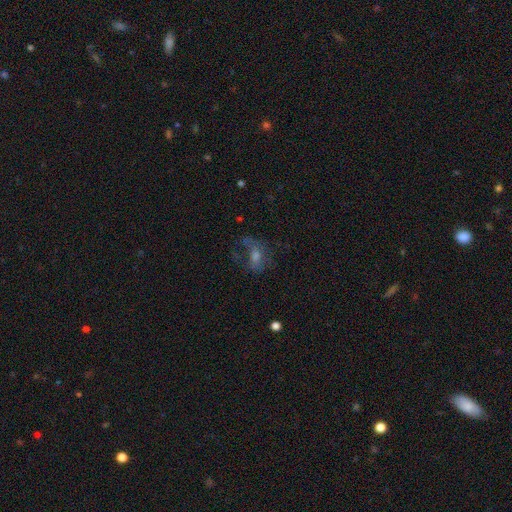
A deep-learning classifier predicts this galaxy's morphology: Q: Smooth or featured?
A: featured or disk (43%); runner-up: smooth (36%)
Q: Merging?
A: none (45%); runner-up: major disturbance (32%)